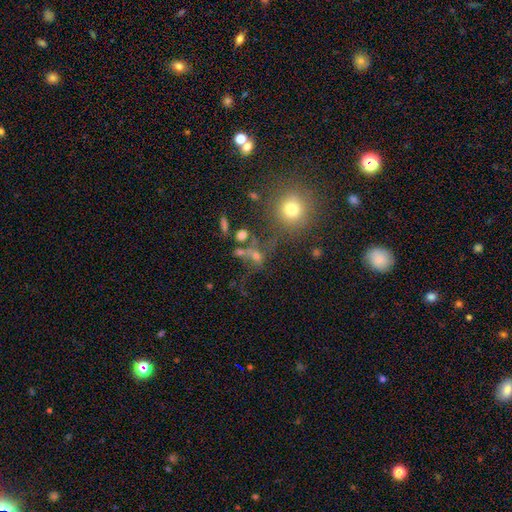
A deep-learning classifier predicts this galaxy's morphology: This appears to be a smooth galaxy with no disk features (46%). Merging: none (40%).